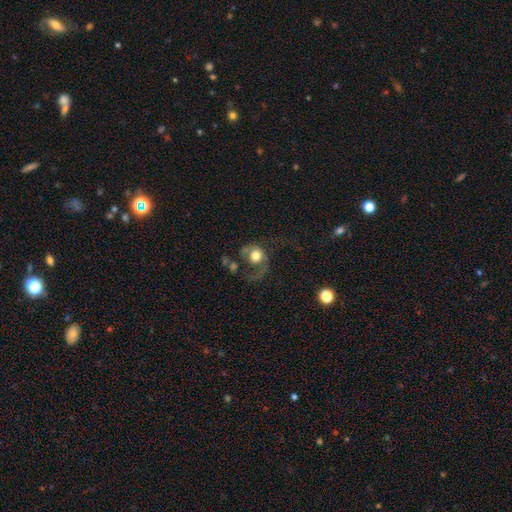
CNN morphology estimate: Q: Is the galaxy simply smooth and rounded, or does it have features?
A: smooth — 50%.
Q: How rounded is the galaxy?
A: round — 73%.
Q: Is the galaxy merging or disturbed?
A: major disturbance — 52%.